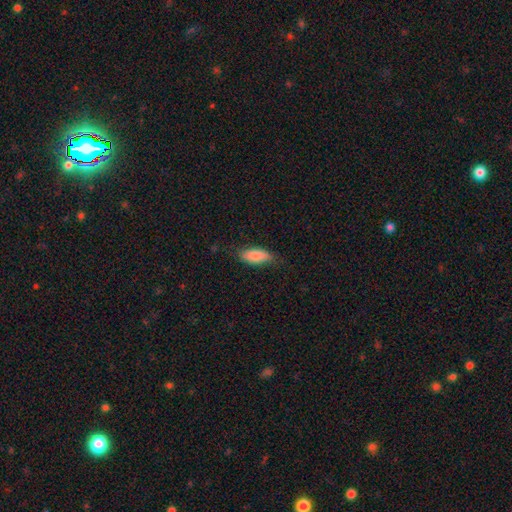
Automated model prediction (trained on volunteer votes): A smooth galaxy with no disk features (83%) that is in between round and cigar-shaped (85%). Merging: none (72%).